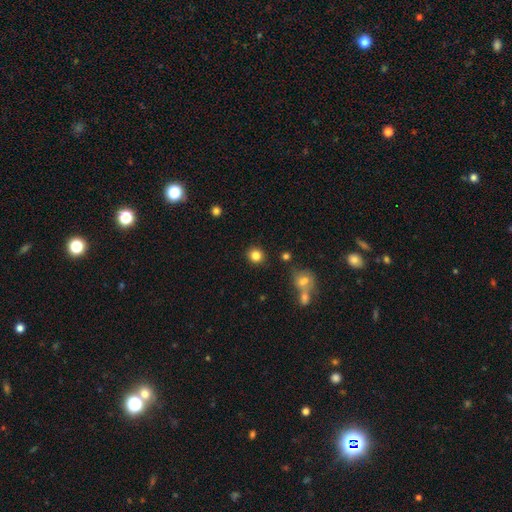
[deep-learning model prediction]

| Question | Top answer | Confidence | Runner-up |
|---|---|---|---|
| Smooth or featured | smooth | 83% | star or artifact (12%) |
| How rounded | round | 89% | in between (10%) |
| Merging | none | 89% | minor disturbance (6%) |